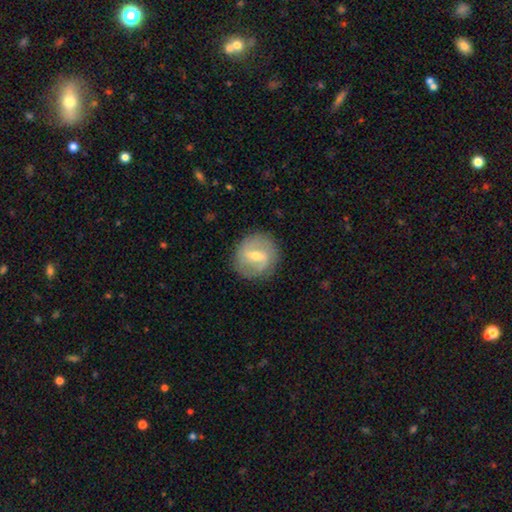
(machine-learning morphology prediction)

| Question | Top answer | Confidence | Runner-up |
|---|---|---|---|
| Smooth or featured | featured or disk | 70% | smooth (24%) |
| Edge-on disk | no | 96% | yes (4%) |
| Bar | weak | 52% | strong (36%) |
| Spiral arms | yes | 76% | no (24%) |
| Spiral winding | medium | 42% | tight (32%) |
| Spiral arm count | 2 | 76% | can't tell (14%) |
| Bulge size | moderate | 58% | small (37%) |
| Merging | none | 84% | minor disturbance (11%) |